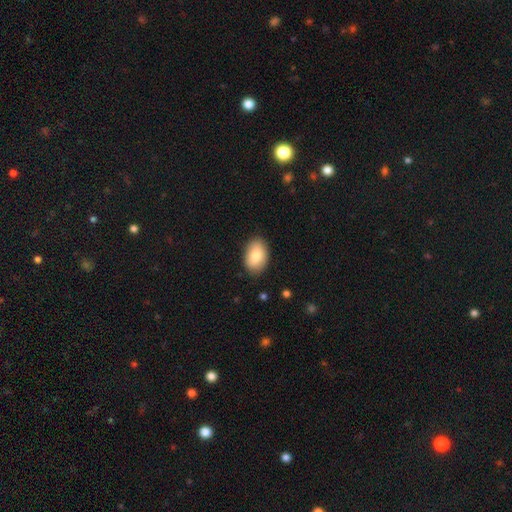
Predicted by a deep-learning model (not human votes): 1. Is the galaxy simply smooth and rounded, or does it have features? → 80% smooth, 13% featured or disk, 7% star or artifact.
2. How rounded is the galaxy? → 89% in between, 10% round, 1% cigar-shaped.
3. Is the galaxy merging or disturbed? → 85% none, 12% minor disturbance, 2% major disturbance, 1% merger.